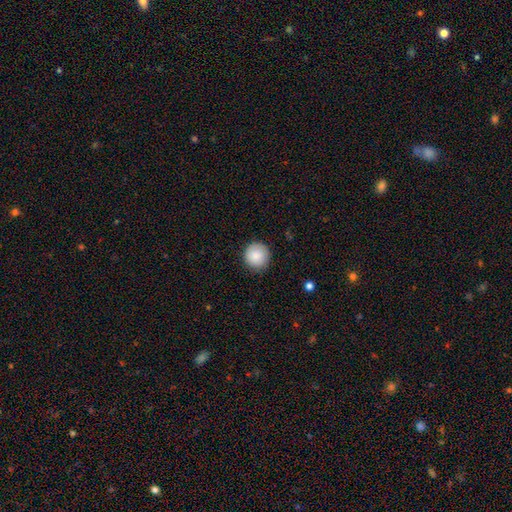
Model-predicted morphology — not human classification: A smooth galaxy with no disk features (87%) that is round (95%). Merging: none (89%).